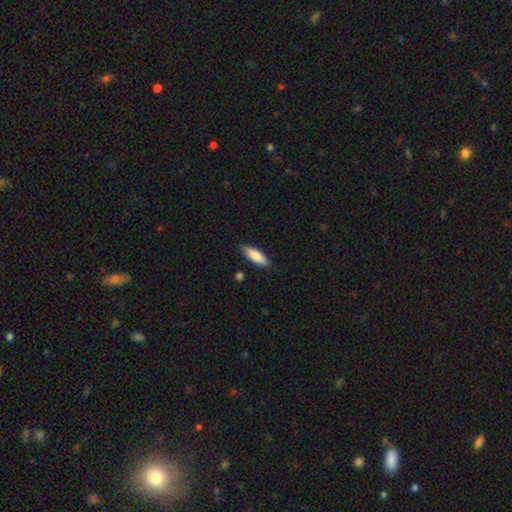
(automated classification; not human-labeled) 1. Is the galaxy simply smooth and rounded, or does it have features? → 83% smooth, 11% featured or disk, 6% star or artifact.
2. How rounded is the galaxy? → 54% in between, 44% cigar-shaped, 2% round.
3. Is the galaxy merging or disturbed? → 86% none, 10% minor disturbance, 2% major disturbance, 2% merger.